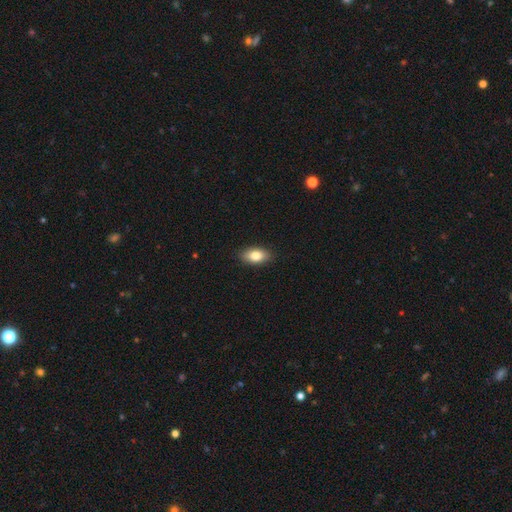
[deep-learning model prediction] This appears to be a smooth galaxy with no disk features (82%) that is in between round and cigar-shaped (90%). Merging: none (88%).